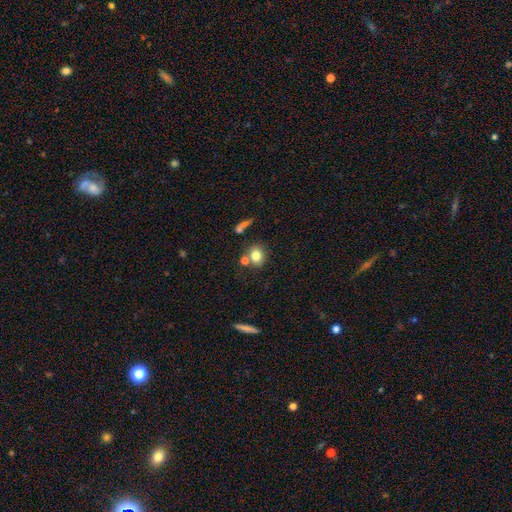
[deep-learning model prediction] The model was most divided on "merging": none: 66%, merger: 20%, minor disturbance: 11%, major disturbance: 4%. More confident: smooth or featured — smooth (78%); how rounded — round (73%).